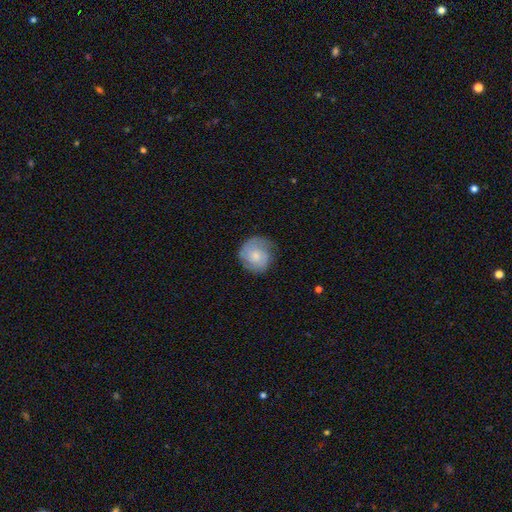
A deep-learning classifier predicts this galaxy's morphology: Smooth or featured?
  - smooth: 54% *
  - featured or disk: 39%
  - star or artifact: 6%
How rounded?
  - round: 86% *
  - in between: 13%
  - cigar-shaped: 1%
Merging?
  - none: 65% *
  - minor disturbance: 26%
  - major disturbance: 8%
  - merger: 1%